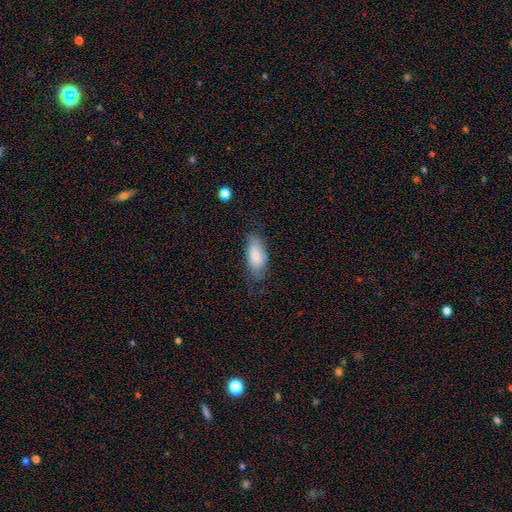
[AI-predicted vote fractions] This is likely a smooth galaxy (80%). How rounded: clearly in between (84%). Merging: possibly none (59%).